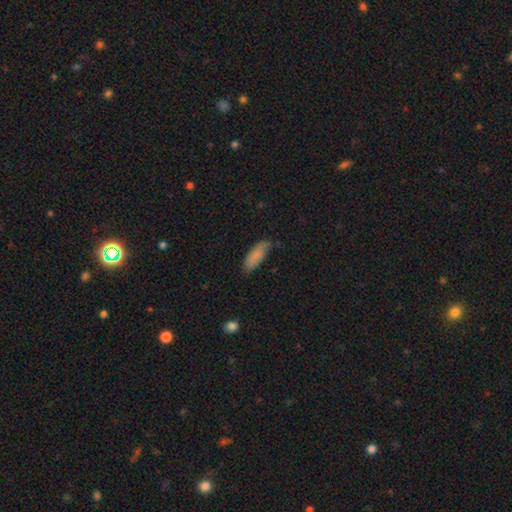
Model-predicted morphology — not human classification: Smooth or featured: smooth — 82% (featured or disk — 11%)
How rounded: in between — 66% (cigar-shaped — 32%)
Merging: none — 64% (minor disturbance — 28%)